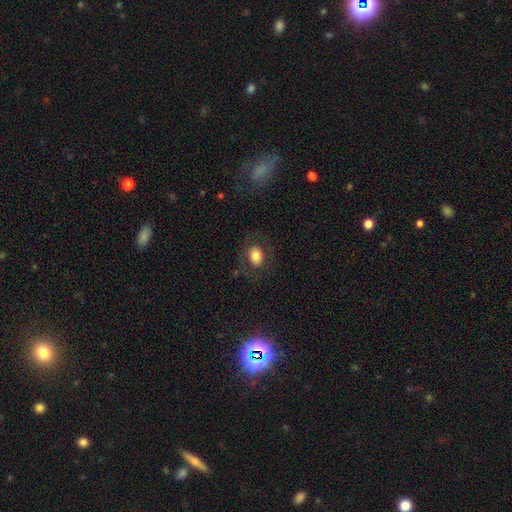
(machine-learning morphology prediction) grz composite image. It shows a smooth galaxy with no disk features (74%) that is in between round and cigar-shaped (70%). Merging: none (78%).